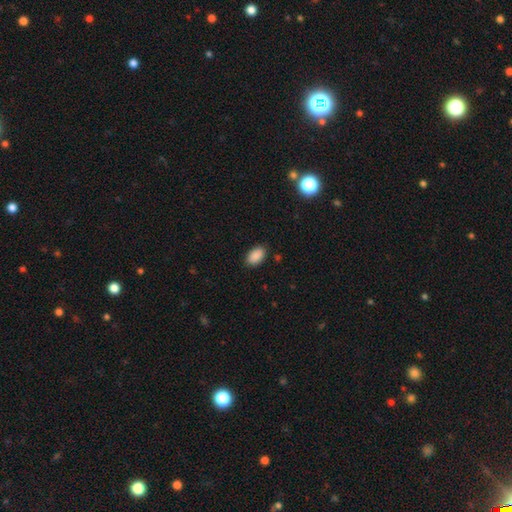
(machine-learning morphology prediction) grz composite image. It shows a smooth galaxy with no disk features (89%) that is in between round and cigar-shaped (92%). Merging: none (86%).